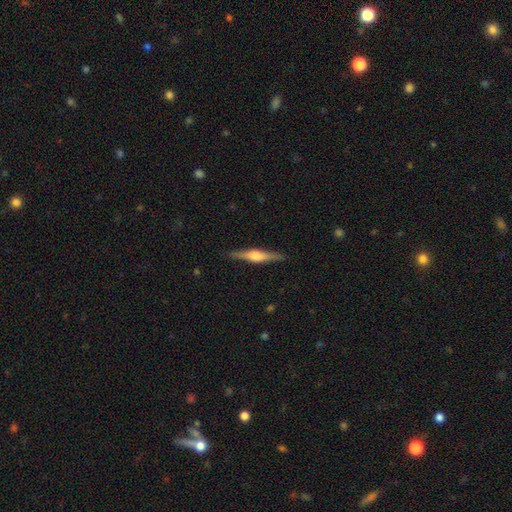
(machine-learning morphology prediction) Smooth or featured?
  - featured or disk: 72% *
  - smooth: 23%
  - star or artifact: 6%
Edge-on disk?
  - yes: 98% *
  - no: 2%
Edge-on bulge?
  - rounded: 89% *
  - boxy: 8%
  - none: 3%
Merging?
  - none: 90% *
  - minor disturbance: 7%
  - major disturbance: 1%
  - merger: 1%